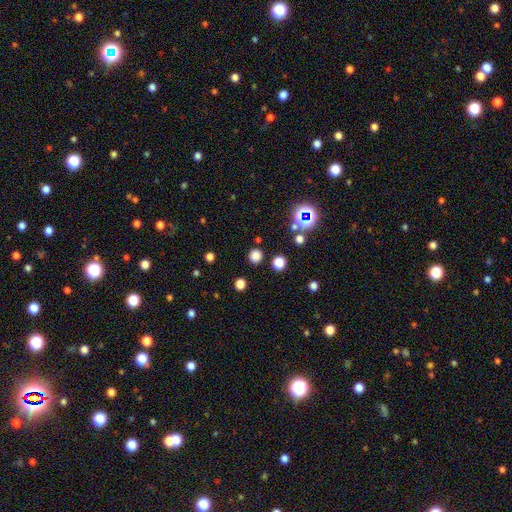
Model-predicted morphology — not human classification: smooth-or-featured: smooth: 75% | star or artifact: 21% | featured or disk: 4%
  how-rounded: round: 93% | in between: 6% | cigar-shaped: 1%
  merging: none: 88% | minor disturbance: 6% | merger: 3% | major disturbance: 3%